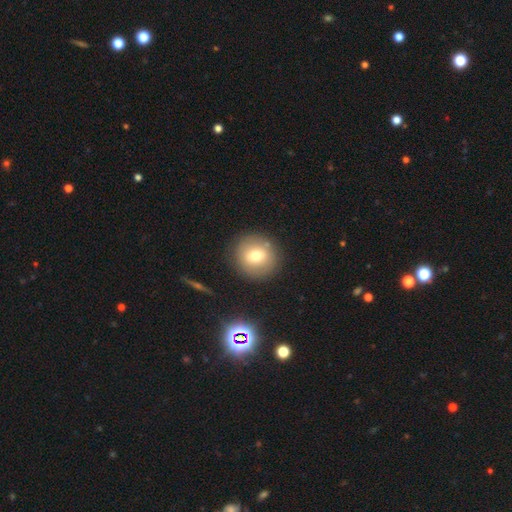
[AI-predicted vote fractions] The model was most divided on "smooth or featured": smooth: 70%, featured or disk: 18%, star or artifact: 12%. More confident: how rounded — round (90%); merging — none (85%).